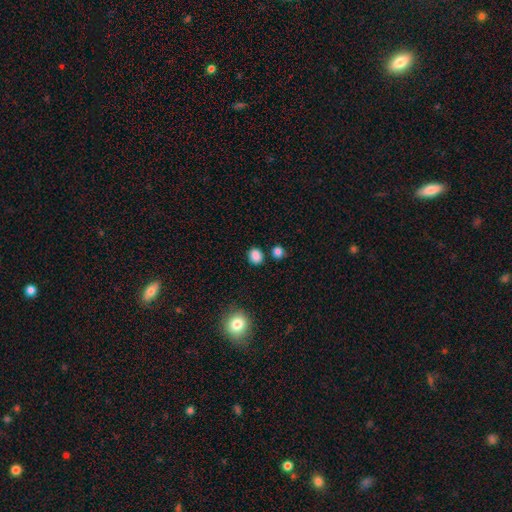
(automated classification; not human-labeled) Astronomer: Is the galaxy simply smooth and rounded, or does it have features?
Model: smooth — 86%.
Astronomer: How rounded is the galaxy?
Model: round — 70%.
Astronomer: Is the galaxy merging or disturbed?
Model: none — 83%.